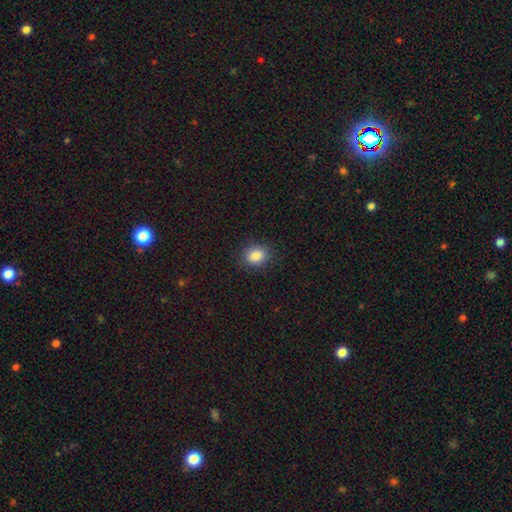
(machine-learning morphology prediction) This appears to be a smooth galaxy with no disk features (86%) that is round (61%). Merging: none (87%).